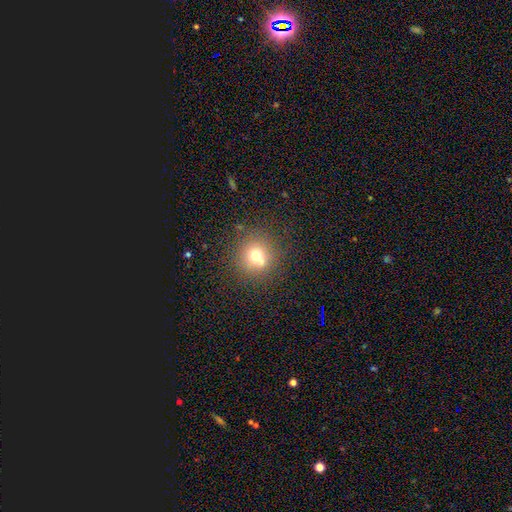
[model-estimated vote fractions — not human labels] Morphology: type=smooth (67%); roundness=round (91%); merging=none (66%).